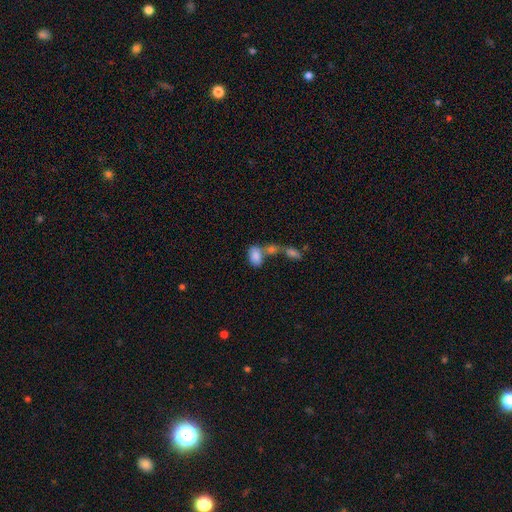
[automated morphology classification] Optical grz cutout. It shows a smooth galaxy with no disk features (83%) that is in between round and cigar-shaped (92%). Merging: merger (47%).